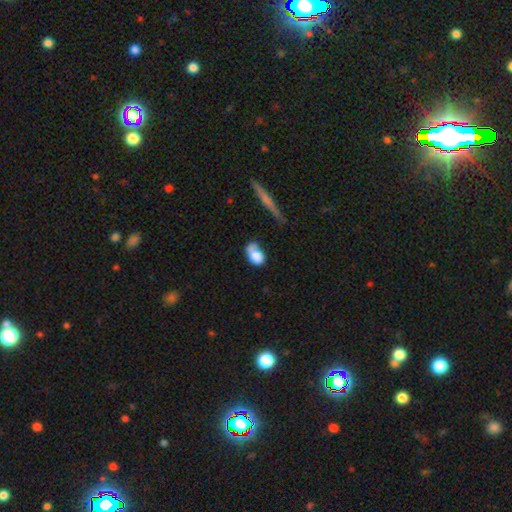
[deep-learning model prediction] smooth_or_featured: smooth (p=0.75) [alt: featured or disk p=0.16]
how_rounded: in between (p=0.77) [alt: round p=0.20]
merging: none (p=0.34) [alt: merger p=0.26]